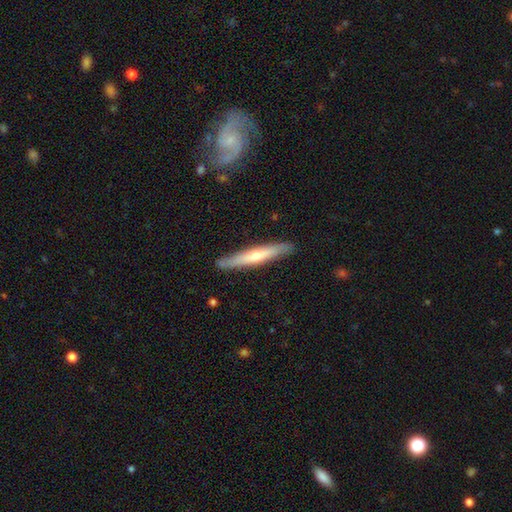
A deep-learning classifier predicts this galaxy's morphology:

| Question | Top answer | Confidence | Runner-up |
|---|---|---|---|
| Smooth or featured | featured or disk | 50% | smooth (44%) |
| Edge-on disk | yes | 90% | no (10%) |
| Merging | none | 88% | minor disturbance (9%) |